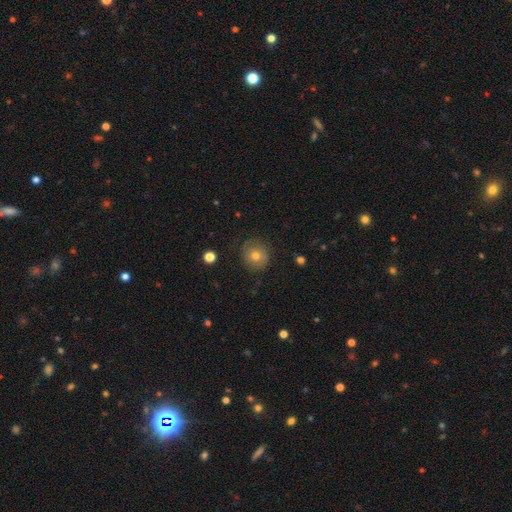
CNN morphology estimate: Smooth or featured? smooth (69%)
How rounded? round (89%)
Merging? none (79%)